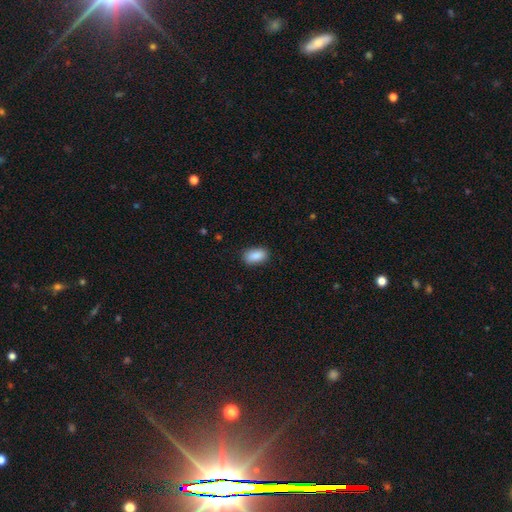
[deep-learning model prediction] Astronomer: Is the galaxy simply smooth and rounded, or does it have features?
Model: smooth — 89%.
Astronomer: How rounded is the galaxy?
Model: in between — 92%.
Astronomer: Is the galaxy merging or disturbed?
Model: none — 87%.